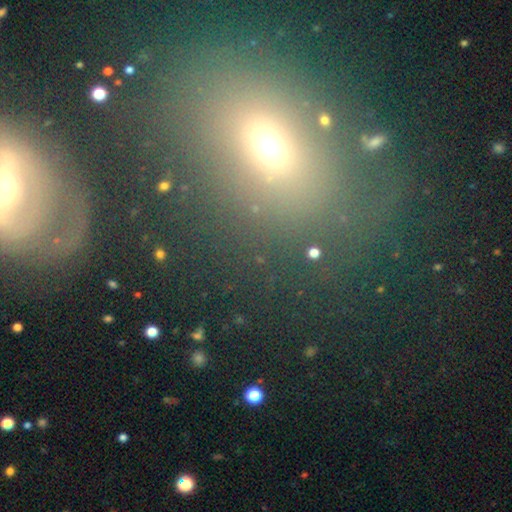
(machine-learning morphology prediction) A smooth galaxy with no disk features (44%). Merging: none (68%).